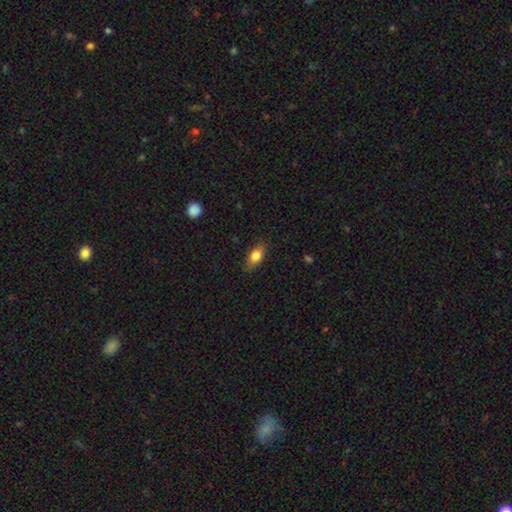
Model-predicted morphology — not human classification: Overall: smooth (79%). How rounded: in between (83%). Merging: none (83%).